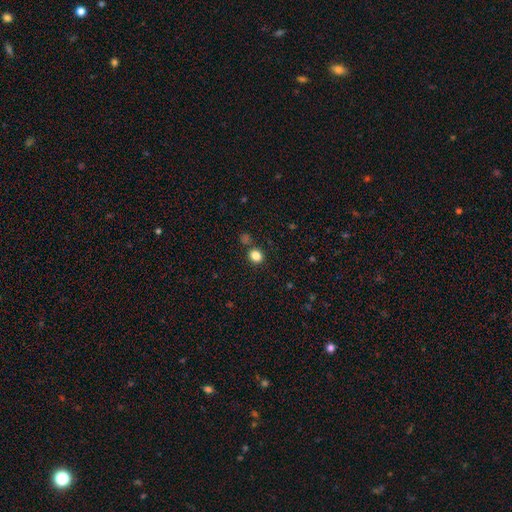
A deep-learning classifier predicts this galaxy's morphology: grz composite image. It shows a smooth galaxy with no disk features (83%) that is round (71%). Merging: none (81%).